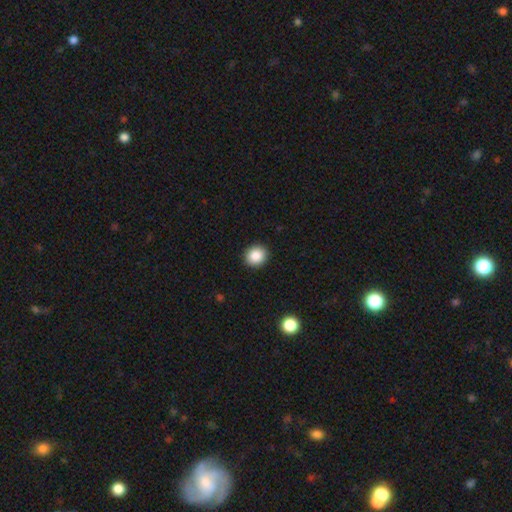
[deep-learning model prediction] Smooth or featured: smooth — 87% (star or artifact — 9%)
How rounded: round — 82% (in between — 17%)
Merging: none — 92% (minor disturbance — 5%)